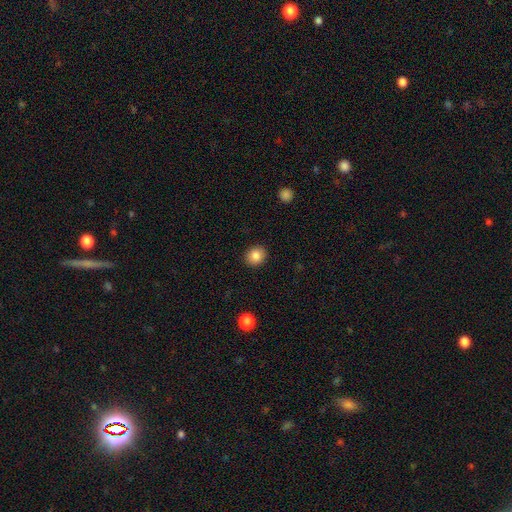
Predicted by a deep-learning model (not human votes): A smooth galaxy with no disk features (85%) that is round (73%). Merging: none (91%).